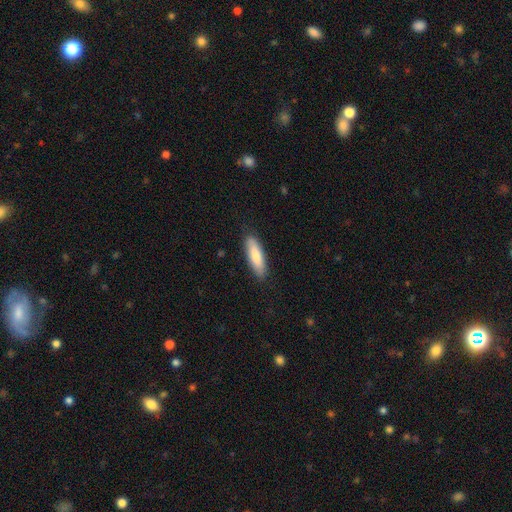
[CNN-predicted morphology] The model was most divided on "how rounded": cigar-shaped: 56%, in between: 43%, round: 2%. More confident: merging — none (87%); smooth or featured — smooth (81%).